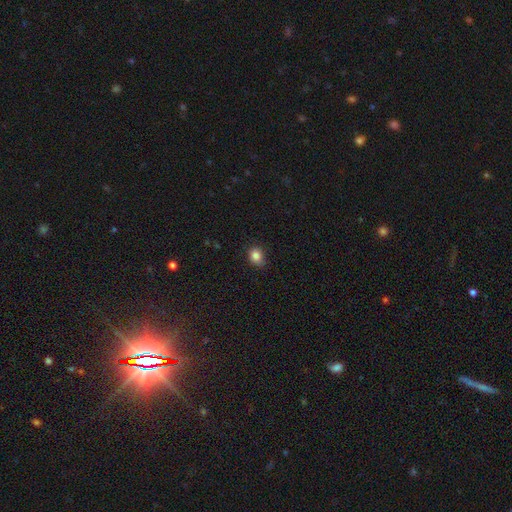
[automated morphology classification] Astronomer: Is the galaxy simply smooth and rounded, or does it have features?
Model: smooth — 84%.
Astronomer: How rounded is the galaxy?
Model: round — 58% (runner-up: in between, 41%).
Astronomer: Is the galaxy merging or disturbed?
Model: none — 75%.